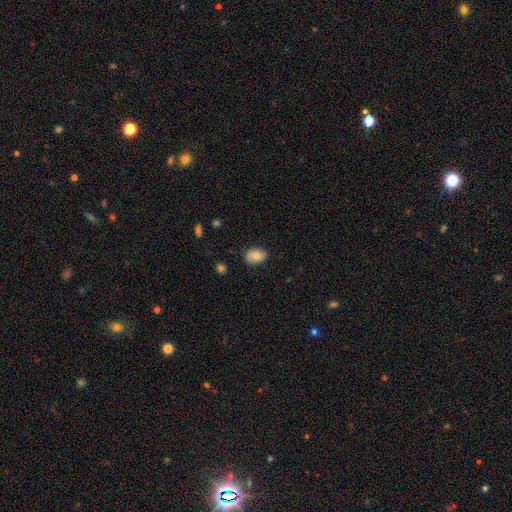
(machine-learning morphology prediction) Smooth or featured?
  - smooth: 76% *
  - featured or disk: 16%
  - star or artifact: 8%
How rounded?
  - in between: 79% *
  - round: 20%
  - cigar-shaped: 1%
Merging?
  - none: 78% *
  - minor disturbance: 18%
  - major disturbance: 3%
  - merger: 1%